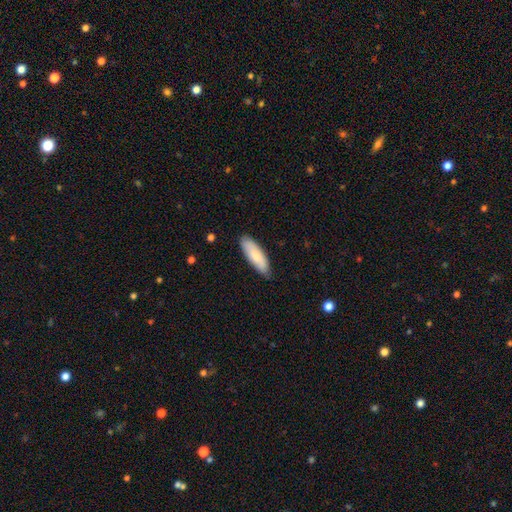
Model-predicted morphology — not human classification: Smooth or featured? smooth (80%)
How rounded? in between (57%)
Merging? none (82%)